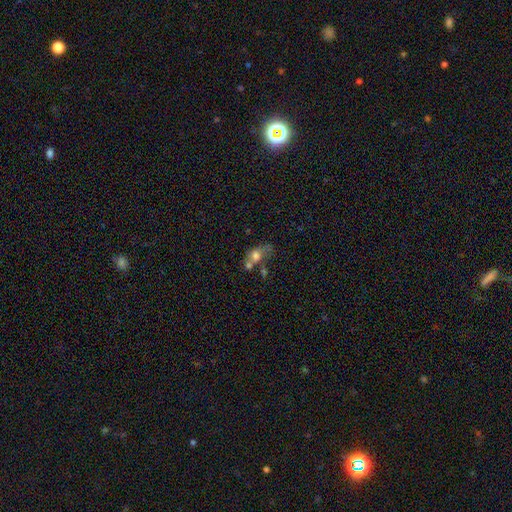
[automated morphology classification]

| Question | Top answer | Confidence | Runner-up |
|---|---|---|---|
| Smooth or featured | smooth | 62% | featured or disk (26%) |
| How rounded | in between | 59% | round (37%) |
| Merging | merger | 48% | none (25%) |